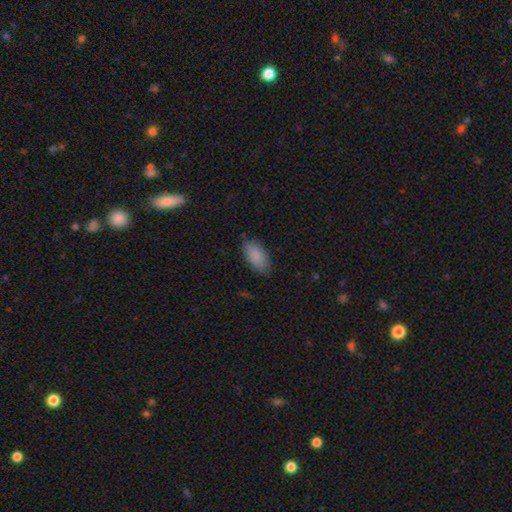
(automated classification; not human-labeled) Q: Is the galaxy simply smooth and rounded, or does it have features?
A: smooth — 88%.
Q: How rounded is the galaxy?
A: in between — 92%.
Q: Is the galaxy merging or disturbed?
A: none — 83%.